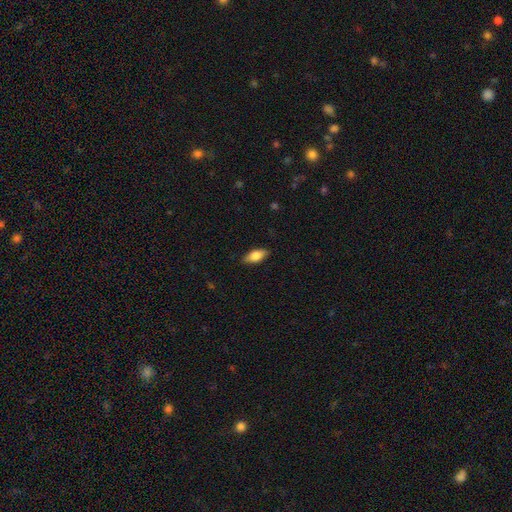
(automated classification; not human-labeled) Overall: smooth (72%). How rounded: in between (81%). Merging: none (86%).